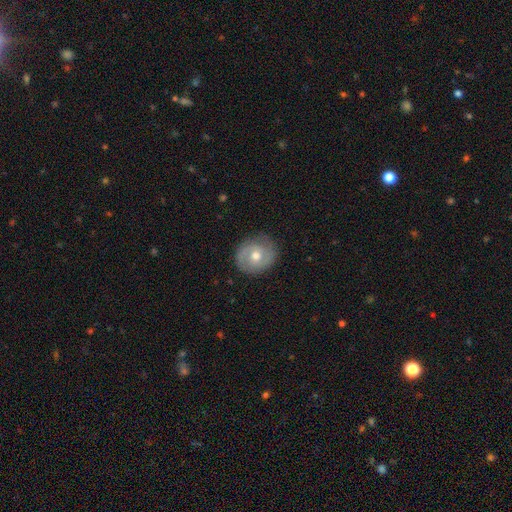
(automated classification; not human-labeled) The model was most divided on "smooth or featured": featured or disk: 59%, smooth: 34%, star or artifact: 7%. More confident: edge-on disk — no (97%); merging — none (82%); bulge size — moderate (78%); spiral arms — yes (76%); bar — no (68%).